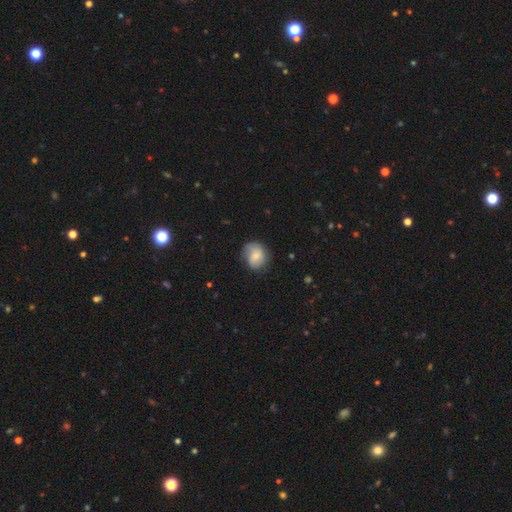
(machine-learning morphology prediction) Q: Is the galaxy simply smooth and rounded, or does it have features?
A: smooth — 67%.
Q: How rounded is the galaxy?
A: round — 65%.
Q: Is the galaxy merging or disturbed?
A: none — 66%.